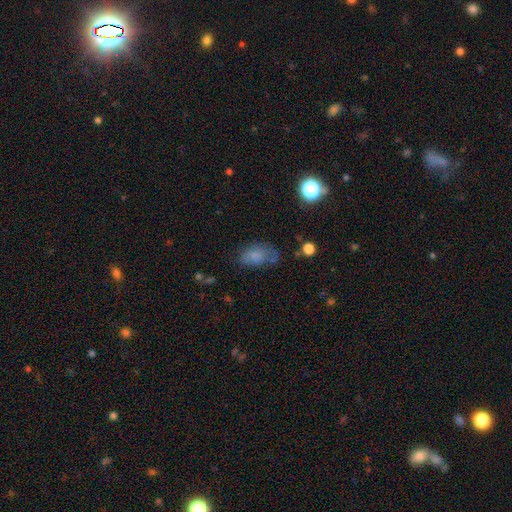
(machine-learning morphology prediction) This appears to be a smooth galaxy with no disk features (71%) that is in between round and cigar-shaped (89%). Merging: none (51%).